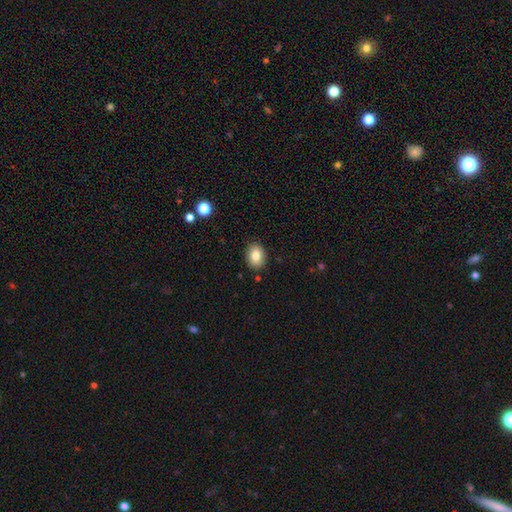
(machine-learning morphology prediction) Smooth or featured?
  - smooth: 83% *
  - star or artifact: 8%
  - featured or disk: 8%
How rounded?
  - in between: 65% *
  - round: 34%
  - cigar-shaped: 1%
Merging?
  - none: 88% *
  - minor disturbance: 8%
  - major disturbance: 2%
  - merger: 1%